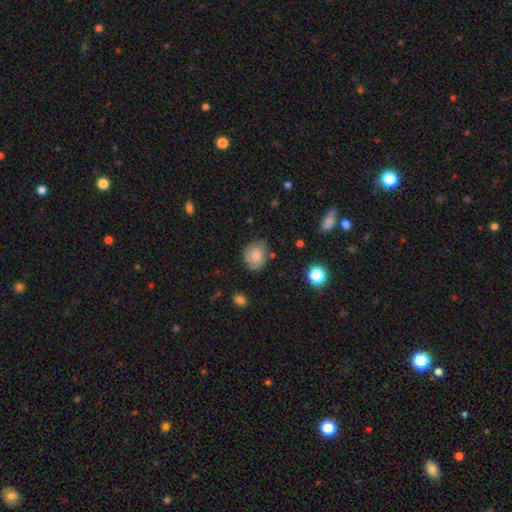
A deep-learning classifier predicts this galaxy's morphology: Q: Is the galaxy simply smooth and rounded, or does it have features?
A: smooth — 50%.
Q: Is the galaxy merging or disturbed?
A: none — 67%.